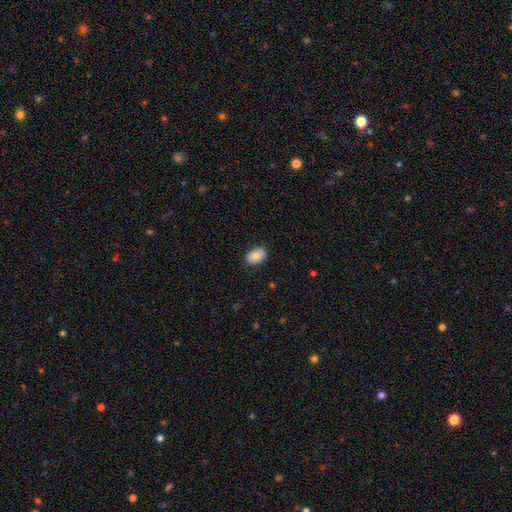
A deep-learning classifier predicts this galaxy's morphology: The model was most divided on "merging": none: 86%, minor disturbance: 11%, major disturbance: 2%, merger: 1%. More confident: how rounded — in between (89%); smooth or featured — smooth (86%).